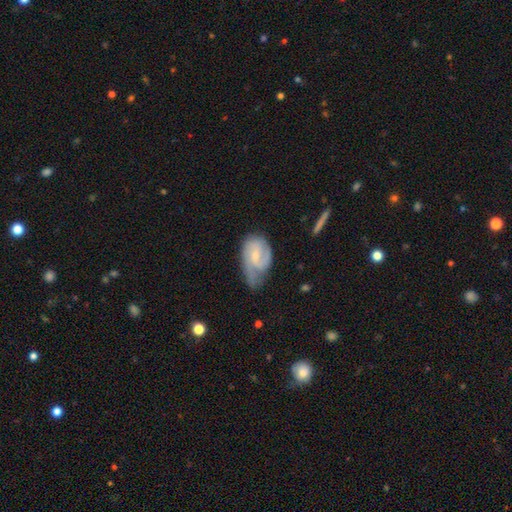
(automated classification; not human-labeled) Smooth or featured?
  - featured or disk: 71% *
  - smooth: 23%
  - star or artifact: 6%
Edge-on disk?
  - no: 97% *
  - yes: 3%
Bar?
  - weak: 47% *
  - no: 43%
  - strong: 9%
Spiral arms?
  - yes: 91% *
  - no: 9%
Spiral winding?
  - medium: 45% *
  - tight: 34%
  - loose: 21%
Spiral arm count?
  - 2: 55% *
  - 1: 20%
  - can't tell: 15%
  - 3: 6%
  - 4: 2%
  - more than 4: 1%
Bulge size?
  - small: 63% *
  - moderate: 27%
  - none: 8%
  - large: 1%
  - dominant: 1%
Merging?
  - none: 38% *
  - minor disturbance: 36%
  - major disturbance: 23%
  - merger: 2%